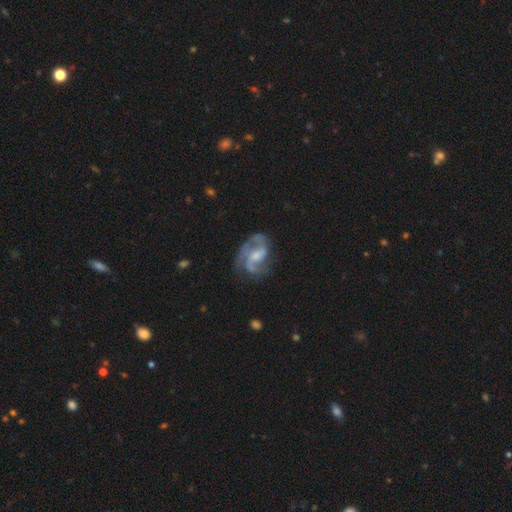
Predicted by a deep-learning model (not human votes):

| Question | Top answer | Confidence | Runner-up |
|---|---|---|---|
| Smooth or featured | featured or disk | 84% | smooth (10%) |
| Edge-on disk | no | 98% | yes (2%) |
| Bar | weak | 47% | no (36%) |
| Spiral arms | yes | 94% | no (6%) |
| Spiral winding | medium | 53% | loose (25%) |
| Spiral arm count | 2 | 55% | 3 (23%) |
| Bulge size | moderate | 41% | tied: small (41%) |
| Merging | none | 57% | minor disturbance (22%) |